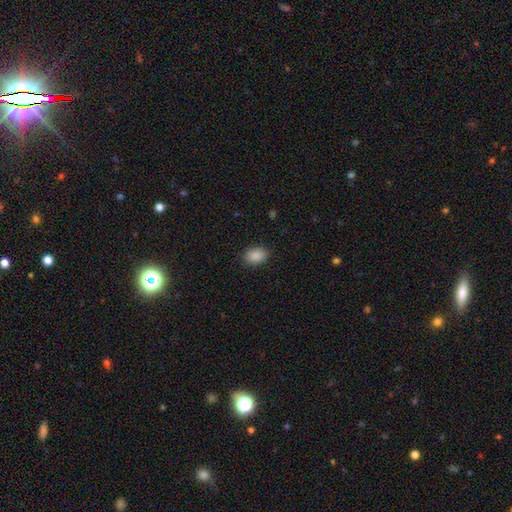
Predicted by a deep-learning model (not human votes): This appears to be a smooth galaxy with no disk features (89%) that is in between round and cigar-shaped (85%). Merging: none (87%).